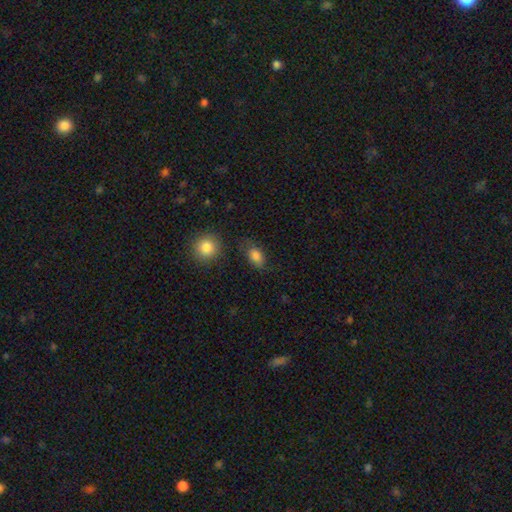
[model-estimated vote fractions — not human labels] Smooth or featured: smooth — 83% (star or artifact — 10%)
How rounded: in between — 80% (round — 17%)
Merging: none — 64% (minor disturbance — 23%)